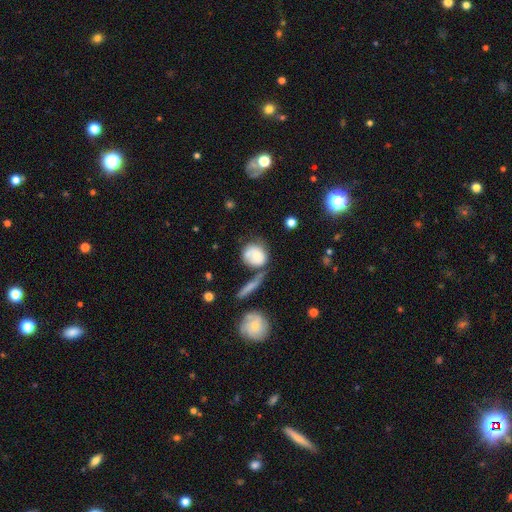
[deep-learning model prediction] A smooth galaxy with no disk features (55%) that is round (69%).

Vote fractions:
- Smooth or featured? smooth: 55% / featured or disk: 38% / star or artifact: 7%
- How rounded? round: 69% / in between: 29% / cigar-shaped: 2%
- Merging? none: 38% / minor disturbance: 23% / merger: 23% / major disturbance: 15%